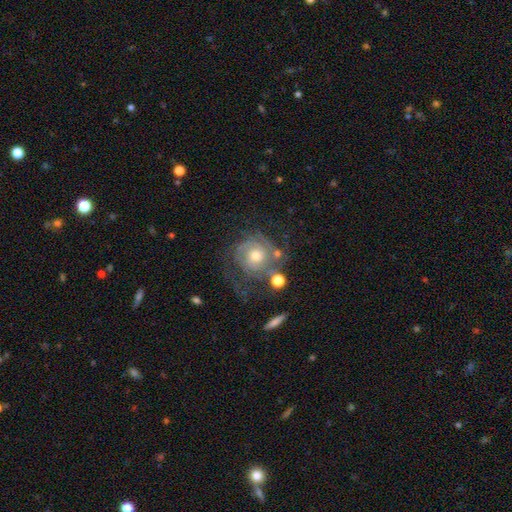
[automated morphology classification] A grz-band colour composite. It shows a featured or disk galaxy (82%) with no bar (76%), 2 (35%) tight (68%) spiral arms (94%) and a moderate central bulge (67%). Merging: none (56%).